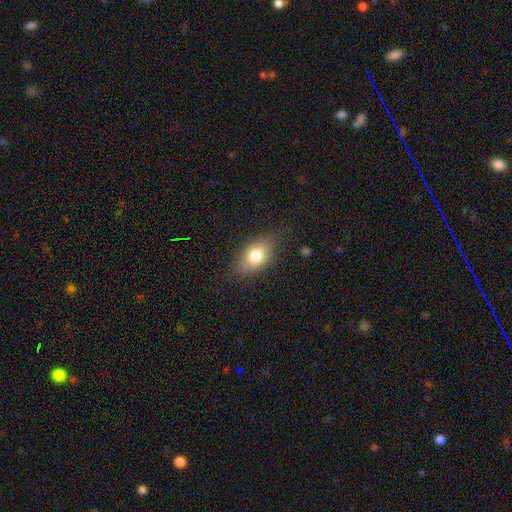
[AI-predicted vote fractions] Smooth or featured: smooth — 75% (featured or disk — 16%)
How rounded: in between — 82% (round — 13%)
Merging: none — 78% (minor disturbance — 16%)